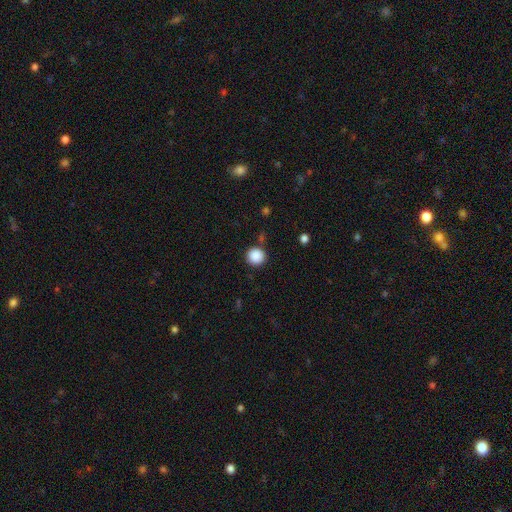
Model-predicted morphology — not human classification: smooth 88%, star or artifact 9%, featured or disk 3%. Down the decision tree: how rounded — round (93%); merging — none (86%).